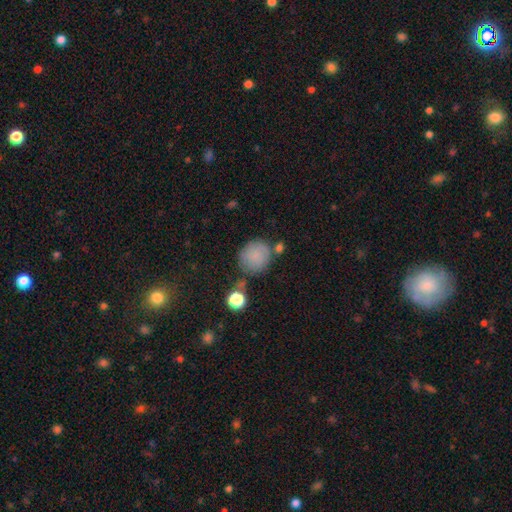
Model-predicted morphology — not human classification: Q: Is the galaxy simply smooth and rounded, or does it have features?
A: smooth — 82%.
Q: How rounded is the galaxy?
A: round — 84%.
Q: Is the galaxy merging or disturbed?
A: none — 65%.